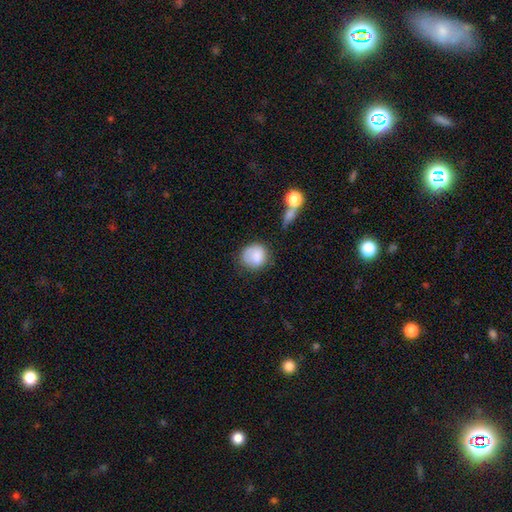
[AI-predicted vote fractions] Q: Smooth or featured?
A: smooth (81%); runner-up: featured or disk (11%)
Q: How rounded?
A: round (80%); runner-up: in between (19%)
Q: Merging?
A: none (58%); runner-up: minor disturbance (25%)